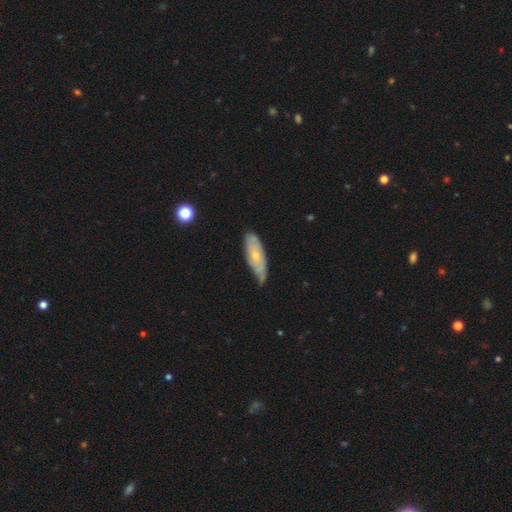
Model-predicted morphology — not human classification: Q: Smooth or featured?
A: featured or disk (51%); runner-up: smooth (42%)
Q: Edge-on disk?
A: no (77%); runner-up: yes (23%)
Q: Merging?
A: none (59%); runner-up: minor disturbance (33%)